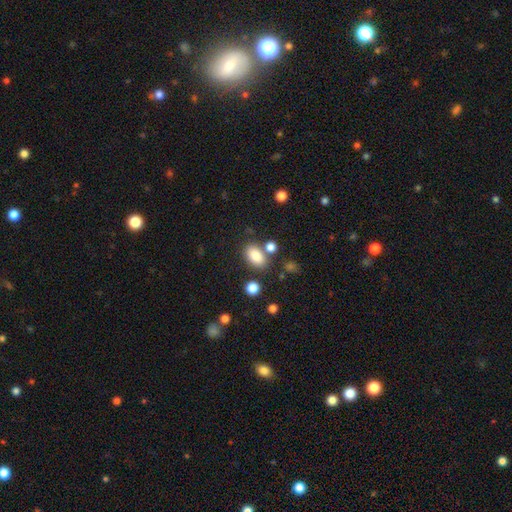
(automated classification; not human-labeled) Q: Smooth or featured?
A: smooth (83%); runner-up: star or artifact (9%)
Q: How rounded?
A: in between (87%); runner-up: round (11%)
Q: Merging?
A: none (70%); runner-up: merger (13%)